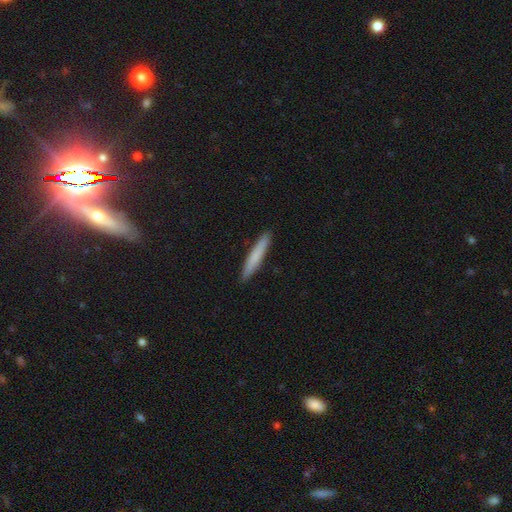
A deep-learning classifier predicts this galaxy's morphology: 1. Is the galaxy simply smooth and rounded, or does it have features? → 76% smooth, 18% featured or disk, 6% star or artifact.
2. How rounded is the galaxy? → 95% cigar-shaped, 4% in between, 1% round.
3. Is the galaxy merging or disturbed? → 91% none, 6% minor disturbance, 1% major disturbance, 1% merger.